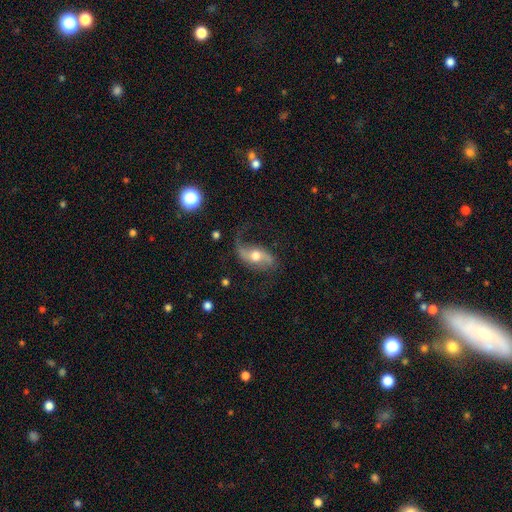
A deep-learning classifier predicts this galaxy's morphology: Smooth or featured? Predicted: featured or disk (p=0.78). Edge-on disk? Predicted: no (p=0.92). Bar? Predicted: no (p=0.45). Spiral arms? Predicted: yes (p=0.92). Spiral winding? Predicted: loose (p=0.81). Spiral arm count? Predicted: 2 (p=0.86). Bulge size? Predicted: moderate (p=0.72). Merging? Predicted: none (p=0.60).